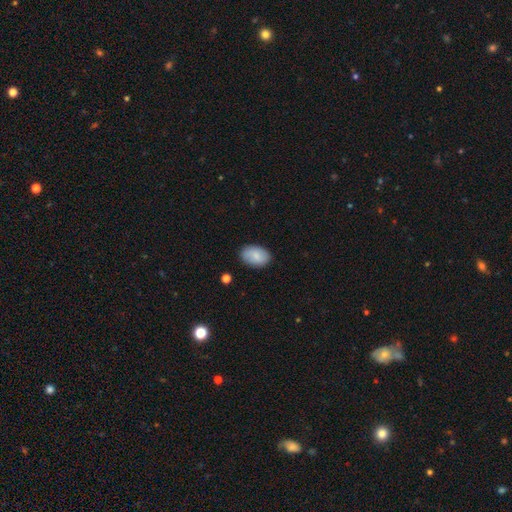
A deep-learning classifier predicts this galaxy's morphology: Smooth or featured? Predicted: smooth (p=0.83). How rounded? Predicted: in between (p=0.91). Merging? Predicted: none (p=0.85).